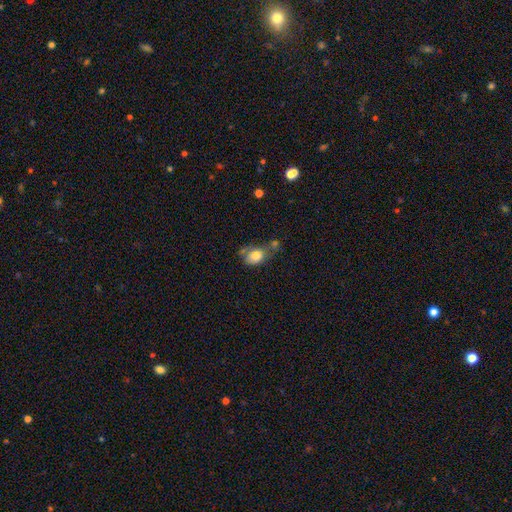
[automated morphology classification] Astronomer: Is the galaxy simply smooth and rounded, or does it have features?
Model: smooth — 69%.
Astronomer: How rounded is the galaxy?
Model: in between — 77%.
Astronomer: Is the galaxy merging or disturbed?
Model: merger — 26% (runner-up: minor disturbance, 25%).